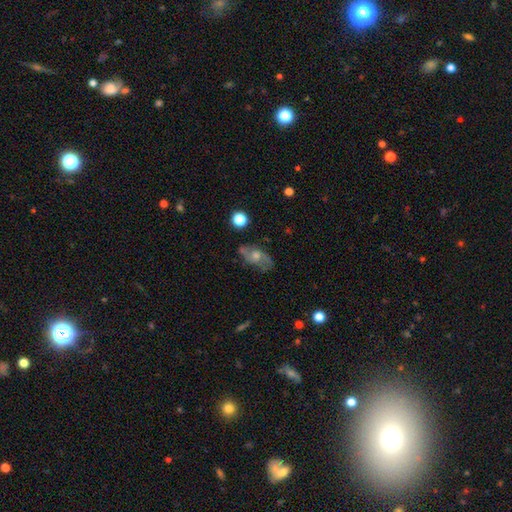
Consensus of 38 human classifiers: smooth_or_featured: featured or disk (p=0.66) [alt: smooth p=0.26]
disk_edge_on: no (p=0.84) [alt: yes p=0.16]
bar: no (p=0.90) [alt: strong p=0.05]
has_spiral_arms: no (p=0.57) [alt: yes p=0.43]
bulge_size: moderate (p=0.71) [alt: small p=0.29]
merging: none (p=0.74) [alt: minor disturbance p=0.23]